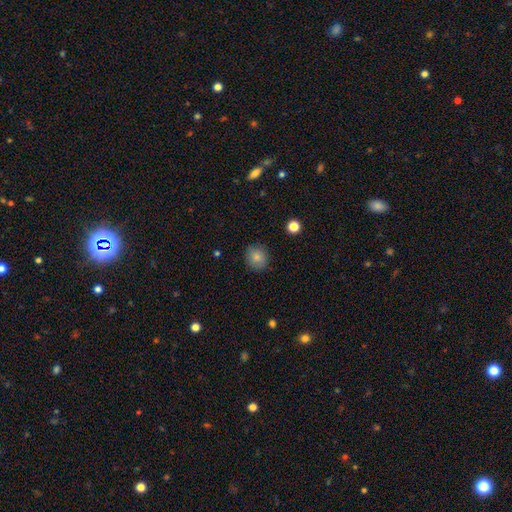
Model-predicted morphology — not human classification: smooth 78%, star or artifact 13%, featured or disk 10%. Down the decision tree: how rounded — round (85%); merging — none (89%).